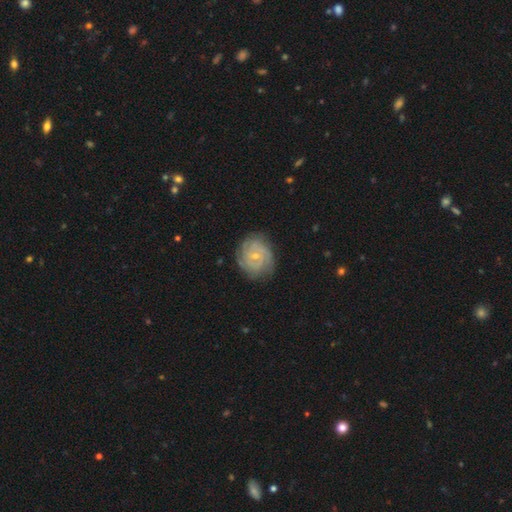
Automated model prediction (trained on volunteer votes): Overall: featured or disk (83%). Edge-on disk: no (98%). Bar: no (58%; weak 36%). Spiral arms: yes (96%). Spiral arm count: 2 (29%; 3 26%). Spiral winding: tight (74%). Bulge size: small (69%). Merging: none (80%).